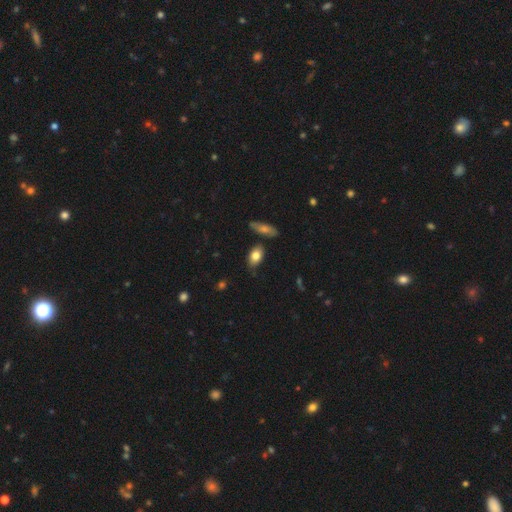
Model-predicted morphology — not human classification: type=smooth (81%); roundness=in between (86%); merging=none (71%).